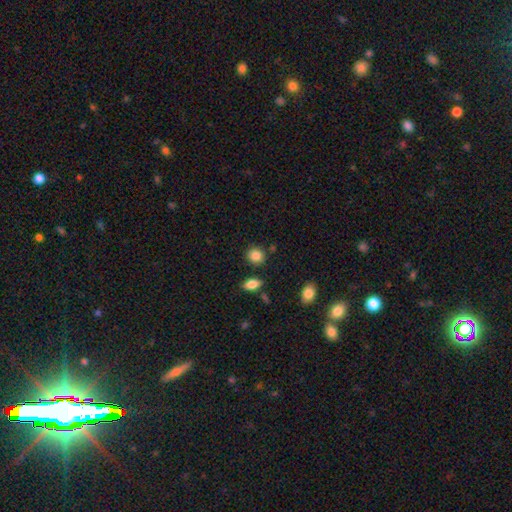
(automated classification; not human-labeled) smooth-or-featured: smooth: 86% | star or artifact: 9% | featured or disk: 5%
  how-rounded: round: 78% | in between: 20% | cigar-shaped: 1%
  merging: none: 83% | minor disturbance: 9% | merger: 5% | major disturbance: 3%